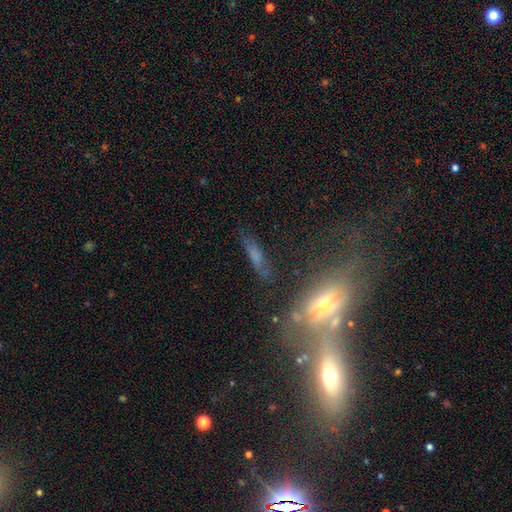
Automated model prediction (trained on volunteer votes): This is possibly a smooth galaxy (48%). Merging: likely none (65%).